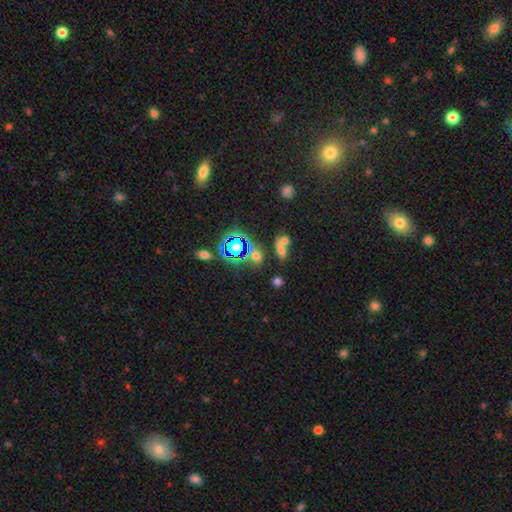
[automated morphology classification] This appears to be a smooth galaxy with no disk features (47%). Merging: none (52%).